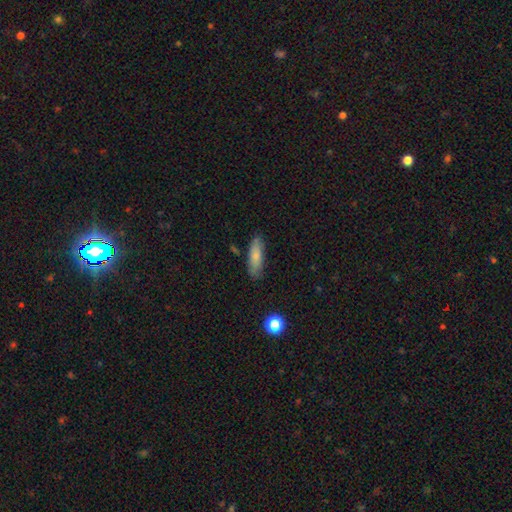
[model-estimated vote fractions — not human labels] This is likely a smooth galaxy (79%). How rounded: possibly cigar-shaped (52%). Merging: clearly none (81%).